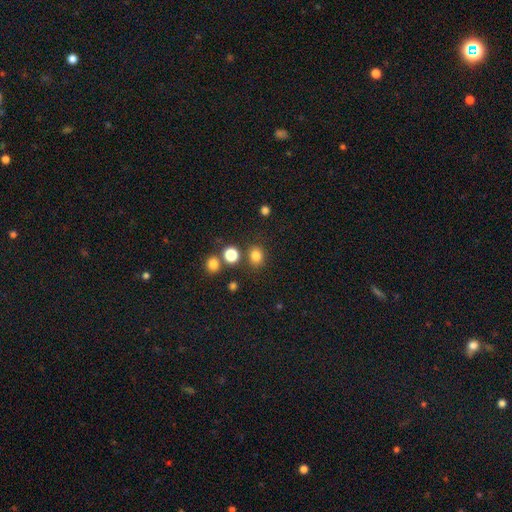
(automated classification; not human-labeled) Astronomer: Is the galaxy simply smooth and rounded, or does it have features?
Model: smooth — 81%.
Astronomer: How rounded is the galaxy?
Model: round — 68%.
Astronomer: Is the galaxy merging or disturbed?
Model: none — 80%.